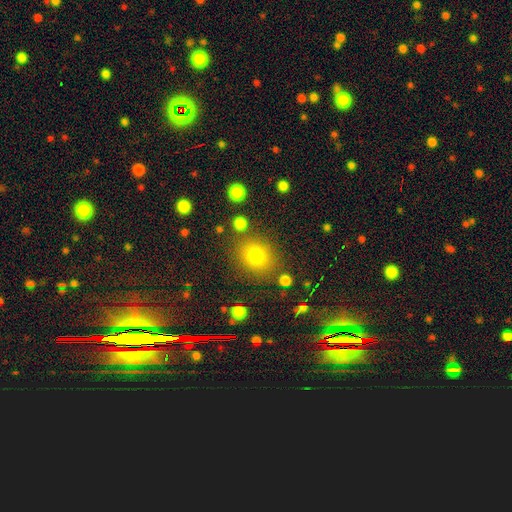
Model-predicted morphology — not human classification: smooth 74%, star or artifact 19%, featured or disk 8%. Down the decision tree: how rounded — round (75%); merging — none (82%).